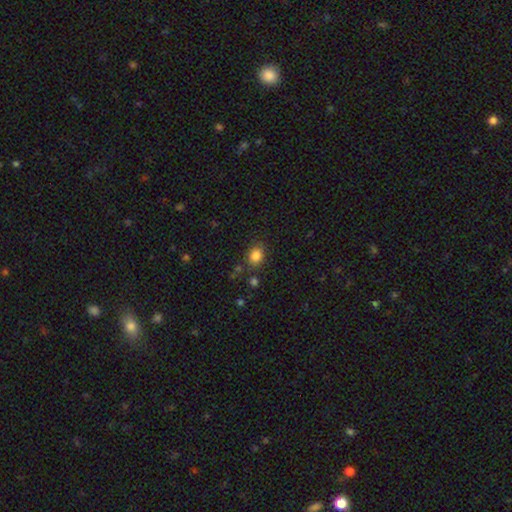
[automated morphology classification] The model was most divided on "how rounded": round: 51%, in between: 48%, cigar-shaped: 1%. More confident: smooth or featured — smooth (84%); merging — none (78%).